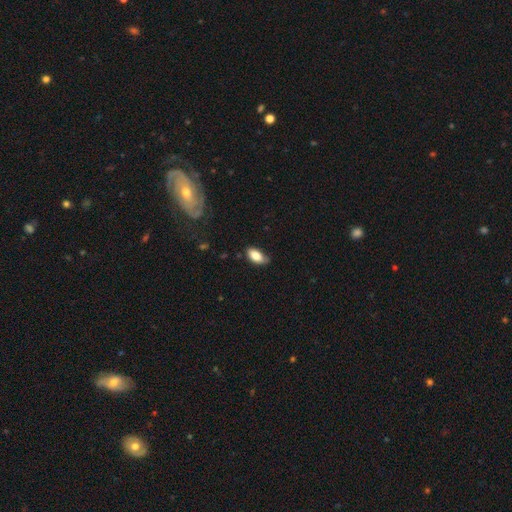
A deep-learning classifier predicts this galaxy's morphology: This appears to be a smooth galaxy with no disk features (81%) that is in between round and cigar-shaped (91%). Merging: none (67%).